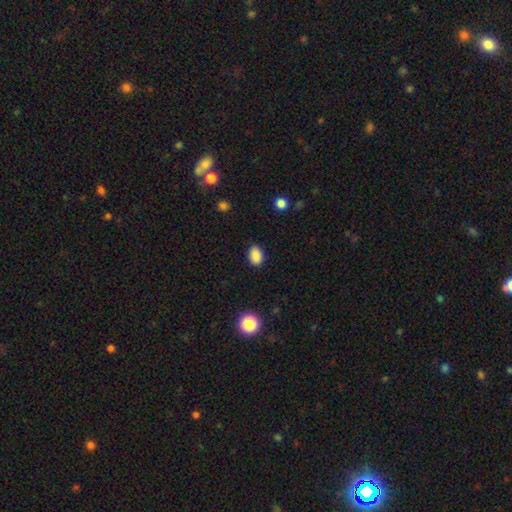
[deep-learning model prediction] Smooth or featured? Predicted: smooth (p=0.88). How rounded? Predicted: in between (p=0.84). Merging? Predicted: none (p=0.87).